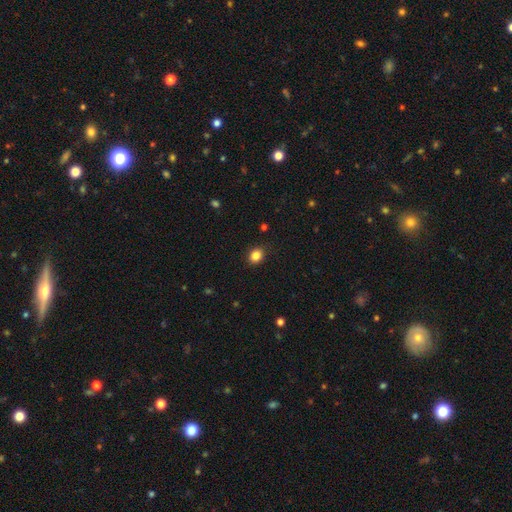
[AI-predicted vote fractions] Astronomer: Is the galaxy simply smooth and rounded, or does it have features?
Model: smooth — 85%.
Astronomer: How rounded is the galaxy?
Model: round — 60% (runner-up: in between, 39%).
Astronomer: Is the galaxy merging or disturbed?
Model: none — 88%.